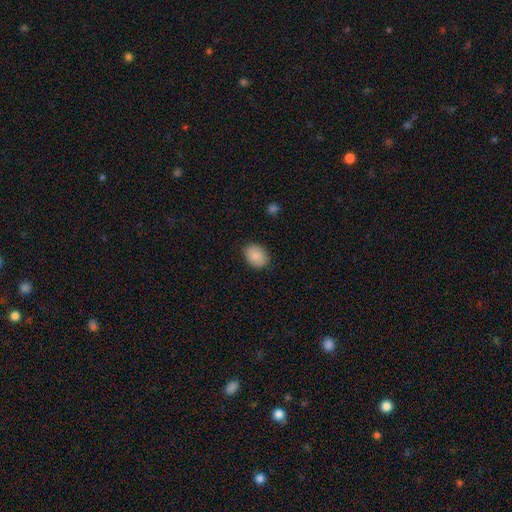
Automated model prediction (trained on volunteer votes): Overall: smooth (88%). How rounded: in between (74%). Merging: none (87%).